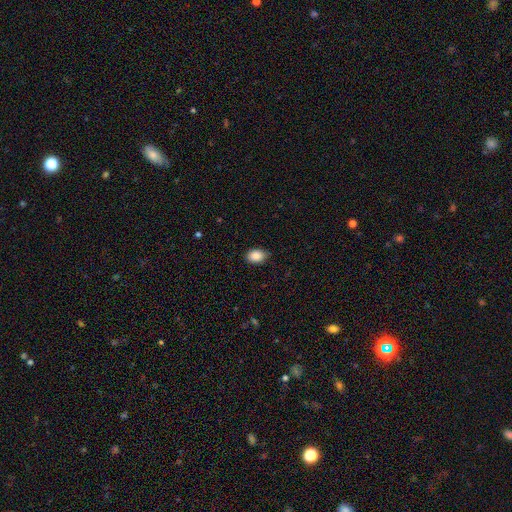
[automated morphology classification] Smooth or featured?
  - smooth: 88% *
  - star or artifact: 8%
  - featured or disk: 4%
How rounded?
  - in between: 81% *
  - round: 18%
  - cigar-shaped: 1%
Merging?
  - none: 83% *
  - minor disturbance: 14%
  - major disturbance: 2%
  - merger: 1%